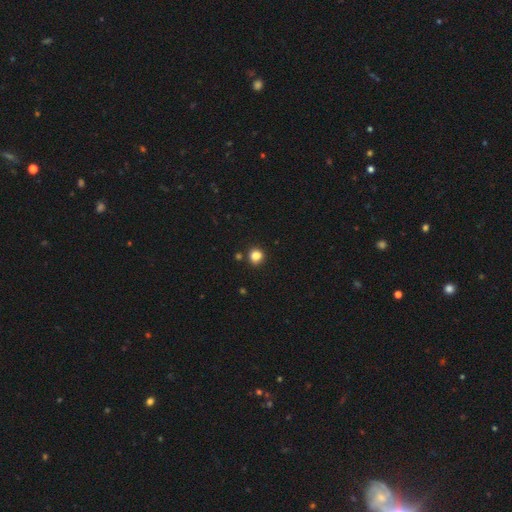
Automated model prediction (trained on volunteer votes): Smooth or featured?
  - smooth: 84% *
  - star or artifact: 12%
  - featured or disk: 4%
How rounded?
  - round: 87% *
  - in between: 12%
  - cigar-shaped: 1%
Merging?
  - none: 87% *
  - minor disturbance: 7%
  - merger: 4%
  - major disturbance: 2%